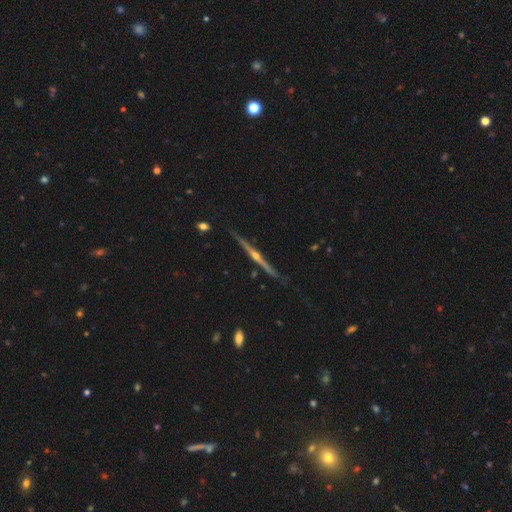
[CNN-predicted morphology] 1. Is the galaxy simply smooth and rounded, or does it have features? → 88% featured or disk, 7% smooth, 5% star or artifact.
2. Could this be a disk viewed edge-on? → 98% yes, 2% no.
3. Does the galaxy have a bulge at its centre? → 92% rounded, 5% none, 3% boxy.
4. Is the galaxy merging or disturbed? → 87% none, 9% minor disturbance, 2% major disturbance, 2% merger.